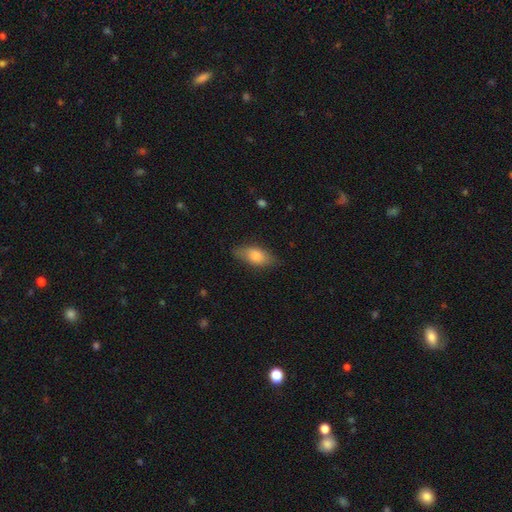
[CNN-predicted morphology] Smooth or featured: smooth — 75% (featured or disk — 18%)
How rounded: in between — 80% (cigar-shaped — 16%)
Merging: none — 80% (minor disturbance — 15%)